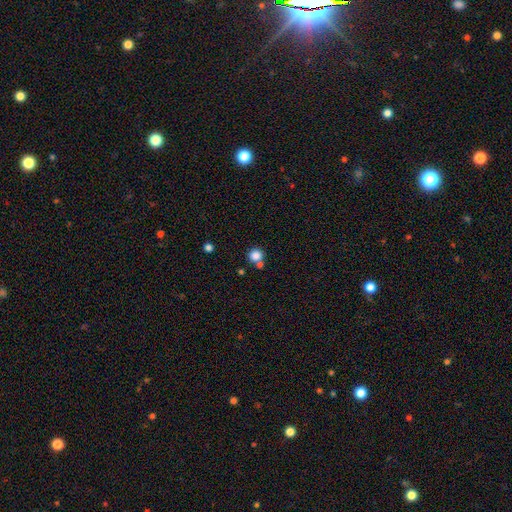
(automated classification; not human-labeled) Smooth or featured?
  - smooth: 84% *
  - star or artifact: 11%
  - featured or disk: 5%
How rounded?
  - round: 92% *
  - in between: 7%
  - cigar-shaped: 1%
Merging?
  - none: 68% *
  - merger: 20%
  - minor disturbance: 9%
  - major disturbance: 3%